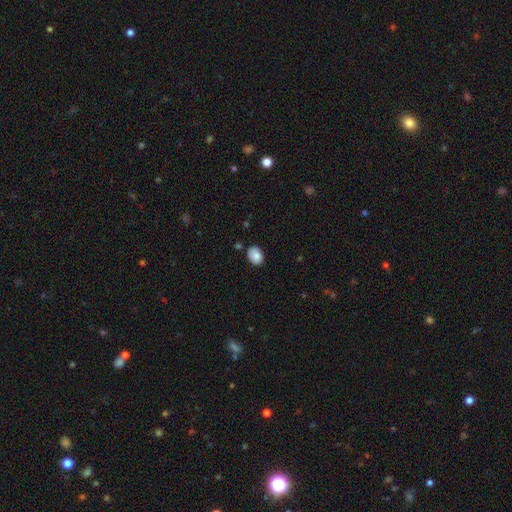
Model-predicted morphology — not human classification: smooth_or_featured: smooth (p=0.85) [alt: star or artifact p=0.08]
how_rounded: in between (p=0.68) [alt: round p=0.31]
merging: none (p=0.76) [alt: minor disturbance p=0.18]